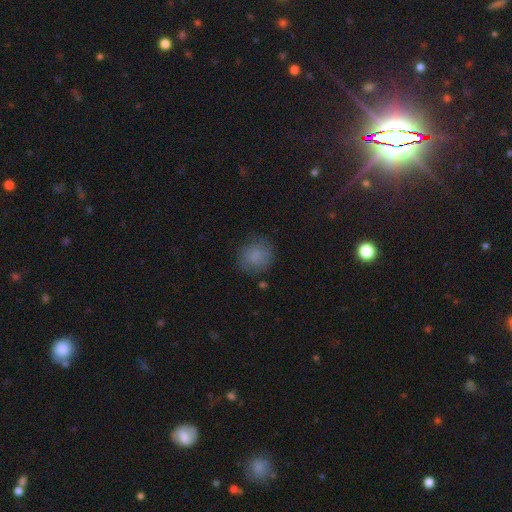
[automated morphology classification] smooth 81%, star or artifact 10%, featured or disk 9%. Down the decision tree: how rounded — round (86%); merging — none (78%).